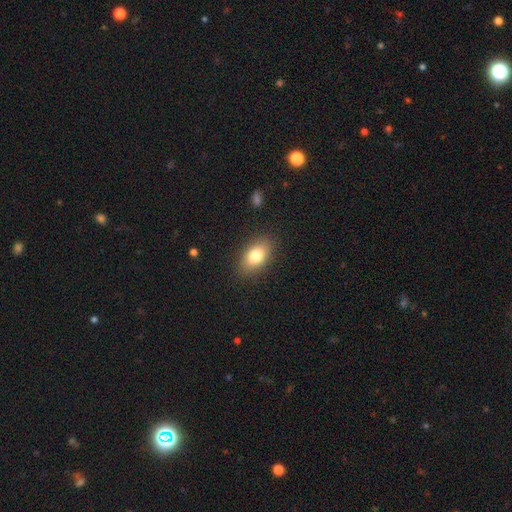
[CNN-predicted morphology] smooth_or_featured: smooth (p=0.80) [alt: featured or disk p=0.12]
how_rounded: in between (p=0.88) [alt: round p=0.08]
merging: none (p=0.86) [alt: minor disturbance p=0.10]